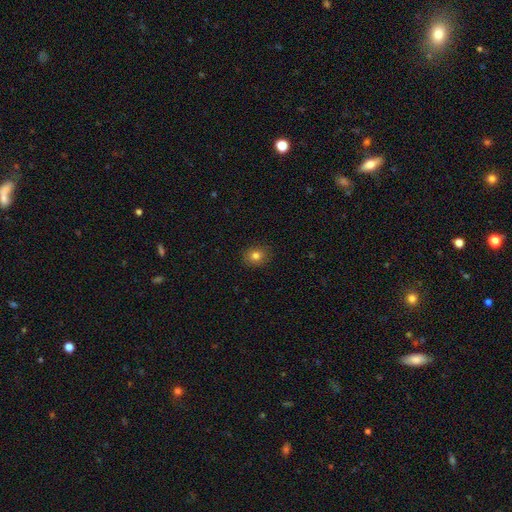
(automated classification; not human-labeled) smooth_or_featured: smooth (p=0.80) [alt: star or artifact p=0.12]
how_rounded: round (p=0.65) [alt: in between p=0.34]
merging: none (p=0.88) [alt: minor disturbance p=0.09]